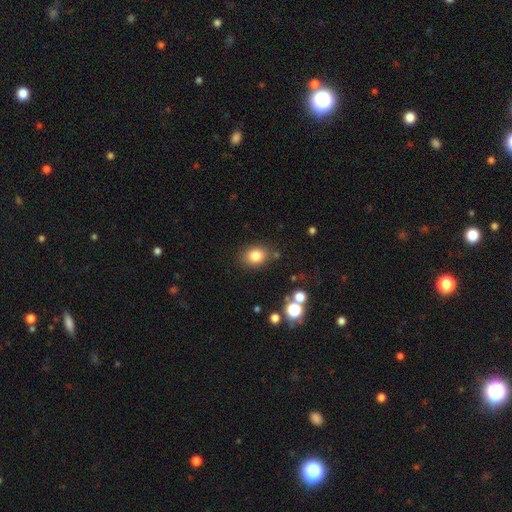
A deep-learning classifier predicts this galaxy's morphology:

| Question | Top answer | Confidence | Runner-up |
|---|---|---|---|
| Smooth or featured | smooth | 82% | star or artifact (11%) |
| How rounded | round | 51% | in between (48%) |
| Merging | none | 81% | minor disturbance (12%) |